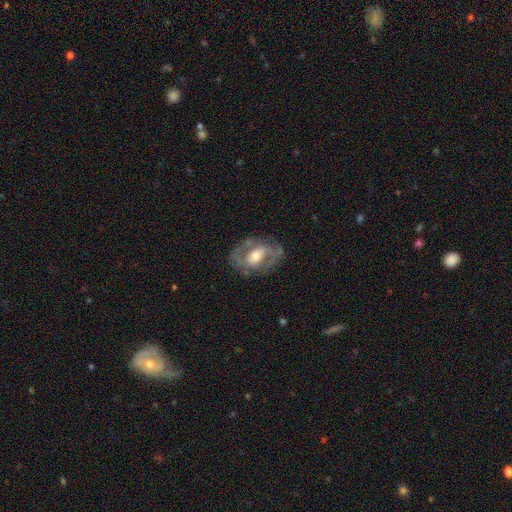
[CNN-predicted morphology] smooth-or-featured: featured or disk: 76% | smooth: 18% | star or artifact: 6%
  disk-edge-on: no: 95% | yes: 5%
    bar: weak: 38% | no: 36% | strong: 27%
    has-spiral-arms: yes: 76% | no: 24%
      spiral-winding: medium: 50% | tight: 27% | loose: 23%
      spiral-arm-count: 2: 83% | can't tell: 10% | 1: 4% | 3: 2% | 4: 1% | more than 4: 1%
    bulge-size: moderate: 63% | small: 22% | large: 12% | none: 1% | dominant: 1%
  merging: none: 72% | minor disturbance: 16% | major disturbance: 10% | merger: 2%